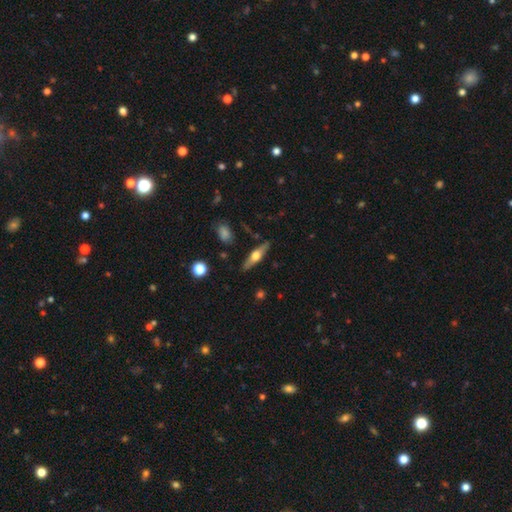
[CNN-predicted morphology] The model was most divided on "smooth or featured": featured or disk: 57%, smooth: 37%, star or artifact: 6%. More confident: edge-on disk — yes (93%); edge-on bulge — rounded (92%); merging — none (85%).